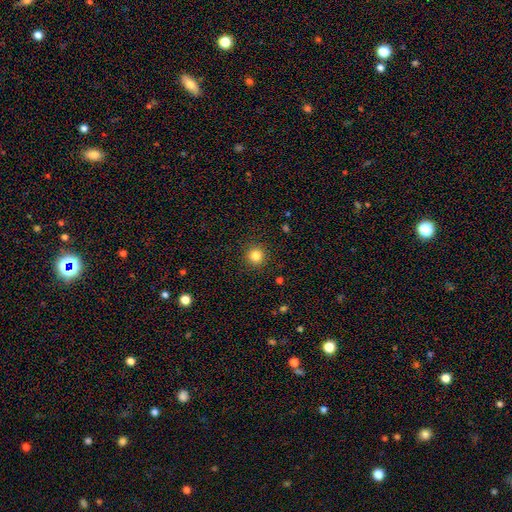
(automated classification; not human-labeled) This is clearly a smooth galaxy (83%). How rounded: clearly round (95%). Merging: clearly none (91%).